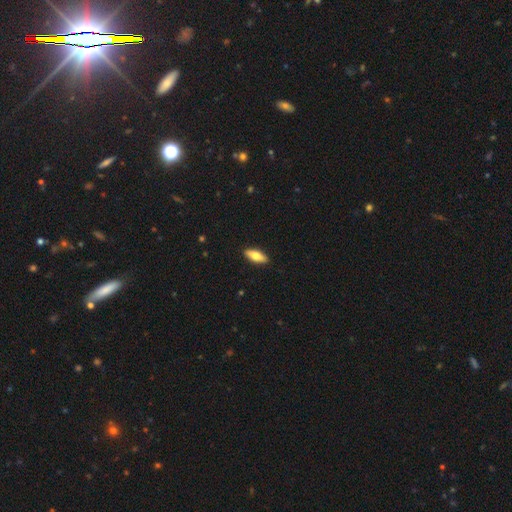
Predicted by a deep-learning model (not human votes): A smooth galaxy with no disk features (72%) that is in between round and cigar-shaped (68%). Merging: none (90%).